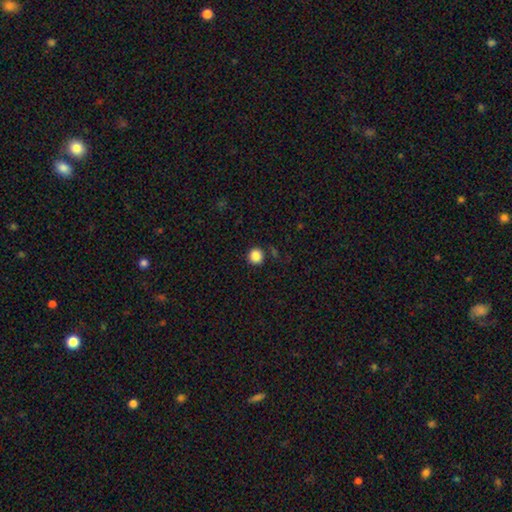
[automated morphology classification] Smooth or featured? Predicted: smooth (p=0.86). How rounded? Predicted: round (p=0.94). Merging? Predicted: none (p=0.88).